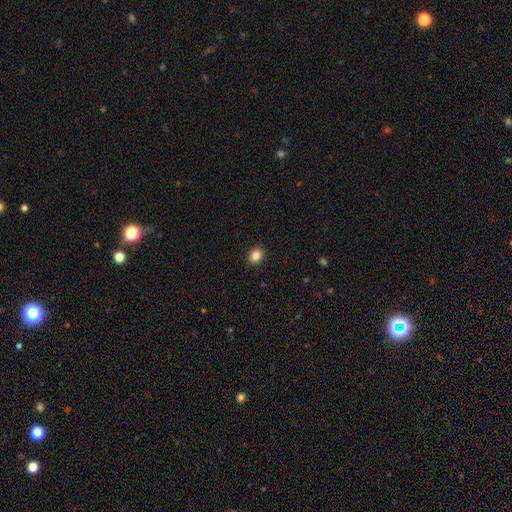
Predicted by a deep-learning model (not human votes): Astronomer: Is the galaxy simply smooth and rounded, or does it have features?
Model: smooth — 85%.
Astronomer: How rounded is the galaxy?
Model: round — 59% (runner-up: in between, 40%).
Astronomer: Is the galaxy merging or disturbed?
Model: none — 91%.